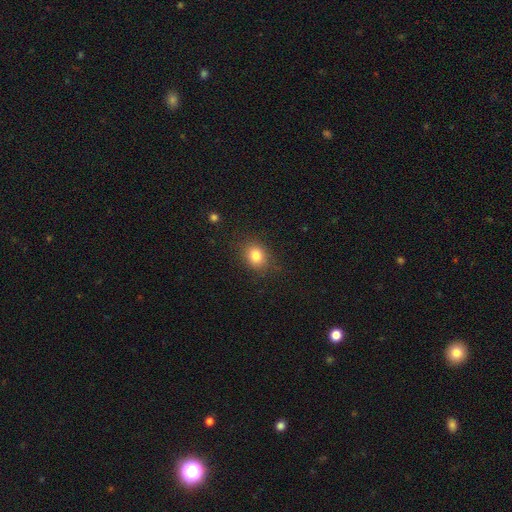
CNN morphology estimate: type=smooth (81%); roundness=round (59%); merging=none (85%).